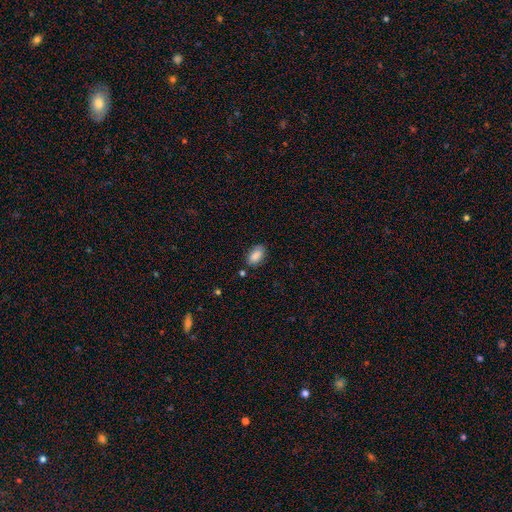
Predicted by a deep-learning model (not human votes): smooth_or_featured: smooth (p=0.86) [alt: star or artifact p=0.07]
how_rounded: in between (p=0.92) [alt: round p=0.05]
merging: none (p=0.79) [alt: minor disturbance p=0.15]